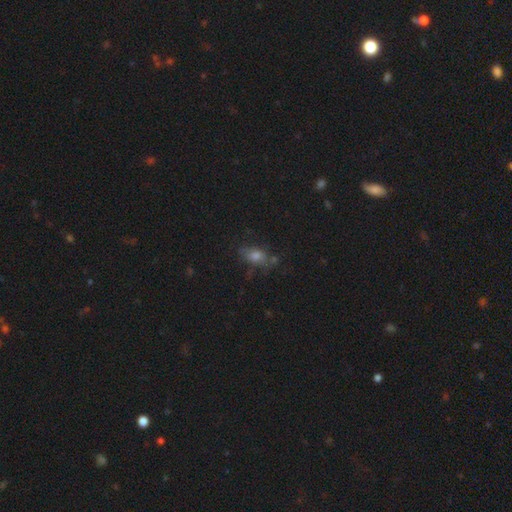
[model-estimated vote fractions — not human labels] Smooth or featured: smooth — 57% (featured or disk — 22%)
How rounded: in between — 73% (round — 17%)
Merging: none — 62% (minor disturbance — 21%)